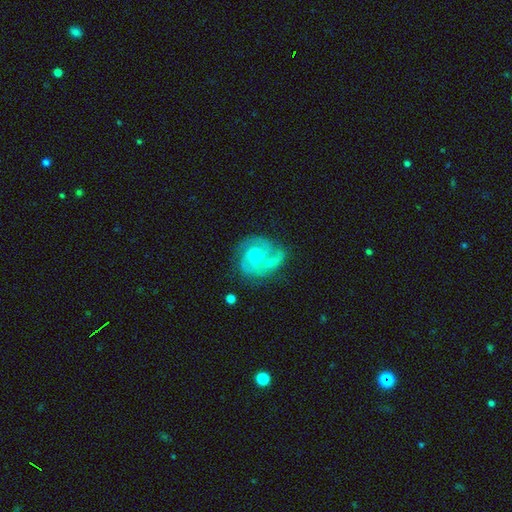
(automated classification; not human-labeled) Smooth or featured? Predicted: featured or disk (p=0.80). Edge-on disk? Predicted: no (p=0.98). Bar? Predicted: no (p=0.67). Spiral arms? Predicted: yes (p=0.92). Spiral winding? Predicted: medium (p=0.45). Spiral arm count? Predicted: 2 (p=0.56). Bulge size? Predicted: moderate (p=0.61). Merging? Predicted: none (p=0.45).